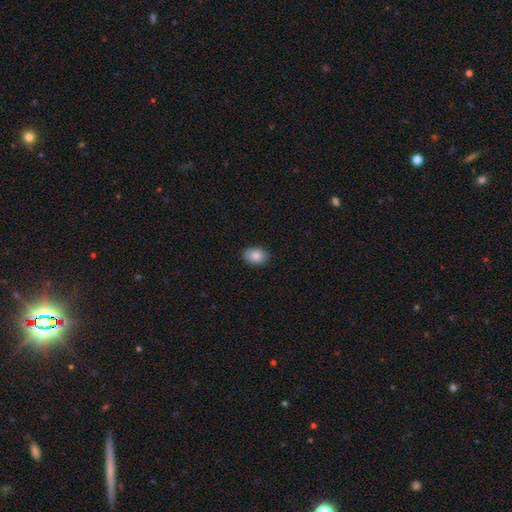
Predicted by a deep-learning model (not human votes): Smooth or featured? smooth (86%)
How rounded? in between (77%)
Merging? none (88%)